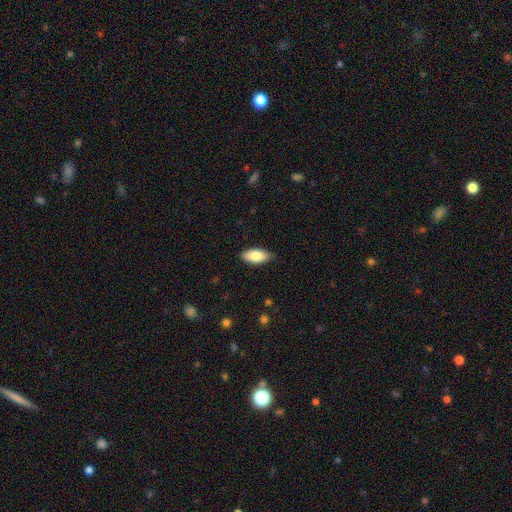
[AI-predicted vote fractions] smooth-or-featured: smooth: 83% | featured or disk: 11% | star or artifact: 6%
  how-rounded: in between: 91% | cigar-shaped: 7% | round: 2%
  merging: none: 83% | minor disturbance: 14% | major disturbance: 2% | merger: 1%